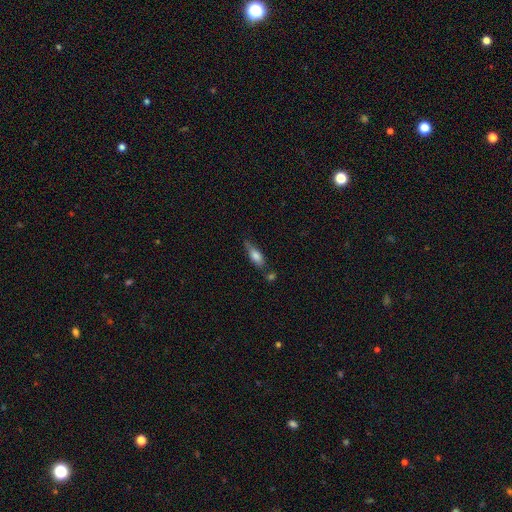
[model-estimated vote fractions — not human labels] smooth 71%, featured or disk 22%, star or artifact 8%. Down the decision tree: how rounded — in between (61%); merging — none (52%).